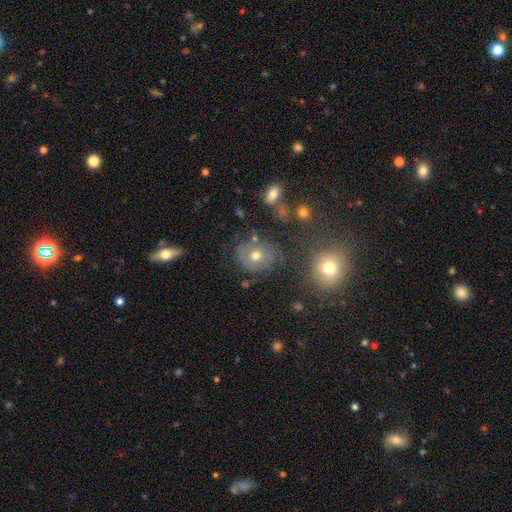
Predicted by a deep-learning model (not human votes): A smooth galaxy with no disk features (55%) that is round (63%).

Vote fractions:
- Smooth or featured? smooth: 55% / featured or disk: 32% / star or artifact: 13%
- How rounded? round: 63% / in between: 36% / cigar-shaped: 1%
- Merging? none: 65% / minor disturbance: 20% / major disturbance: 9% / merger: 6%